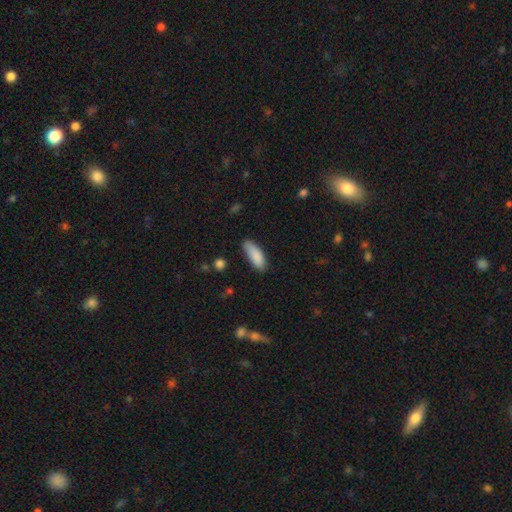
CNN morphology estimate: Smooth or featured?
  - smooth: 88% *
  - star or artifact: 6%
  - featured or disk: 6%
How rounded?
  - in between: 70% *
  - cigar-shaped: 28%
  - round: 2%
Merging?
  - none: 73% *
  - minor disturbance: 22%
  - major disturbance: 4%
  - merger: 2%